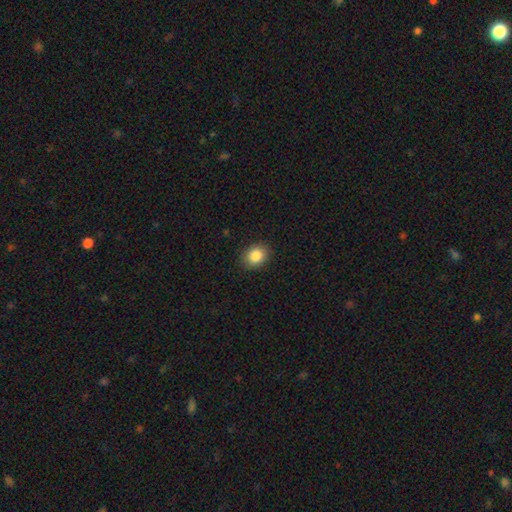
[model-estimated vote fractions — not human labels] Smooth or featured: smooth — 86% (star or artifact — 9%)
How rounded: in between — 52% (round — 47%)
Merging: none — 88% (minor disturbance — 9%)